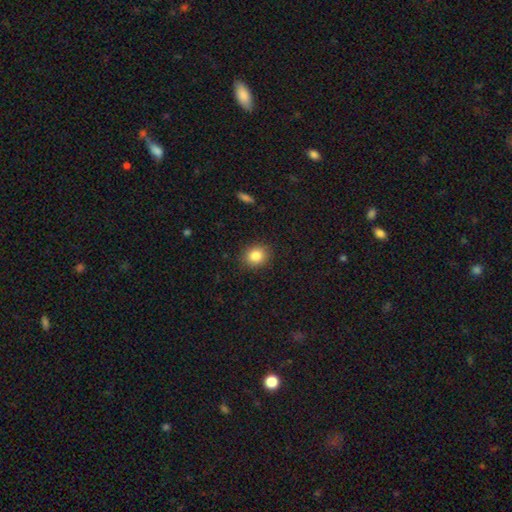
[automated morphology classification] smooth-or-featured: smooth: 84% | star or artifact: 10% | featured or disk: 6%
  how-rounded: round: 71% | in between: 28% | cigar-shaped: 1%
  merging: none: 89% | minor disturbance: 8% | major disturbance: 2% | merger: 1%